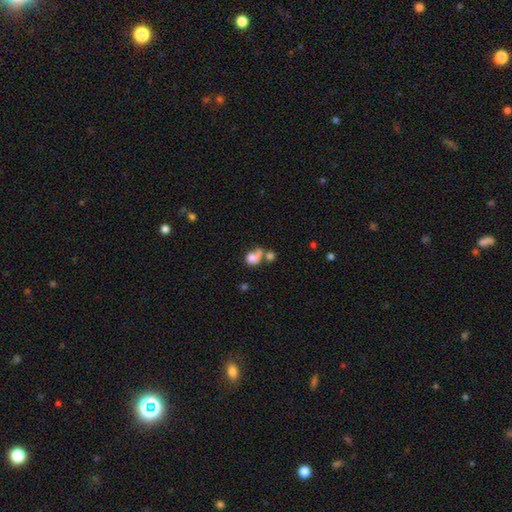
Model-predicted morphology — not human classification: The model was most divided on "how rounded": round: 57%, in between: 41%, cigar-shaped: 2%. Remaining: smooth or featured — smooth (70%); merging — merger (48%).